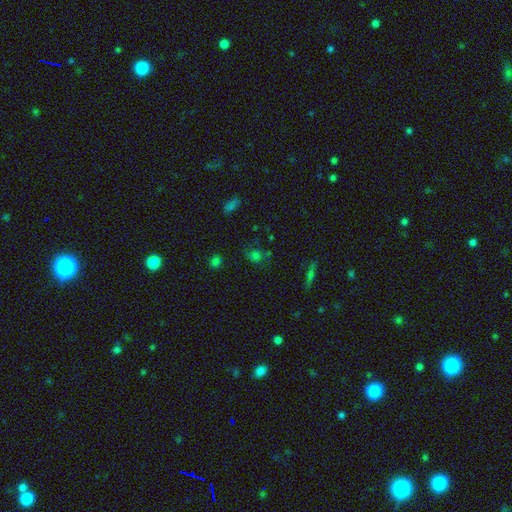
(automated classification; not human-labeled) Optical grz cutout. It shows a smooth galaxy with no disk features (60%) that is round (69%). Merging: none (61%).